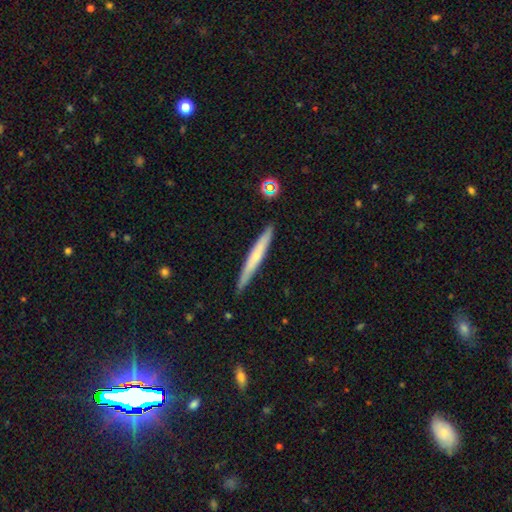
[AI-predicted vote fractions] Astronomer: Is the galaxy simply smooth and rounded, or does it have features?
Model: smooth — 52% (runner-up: featured or disk, 42%).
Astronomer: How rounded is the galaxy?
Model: cigar-shaped — 96%.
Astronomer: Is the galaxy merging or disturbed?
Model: none — 89%.